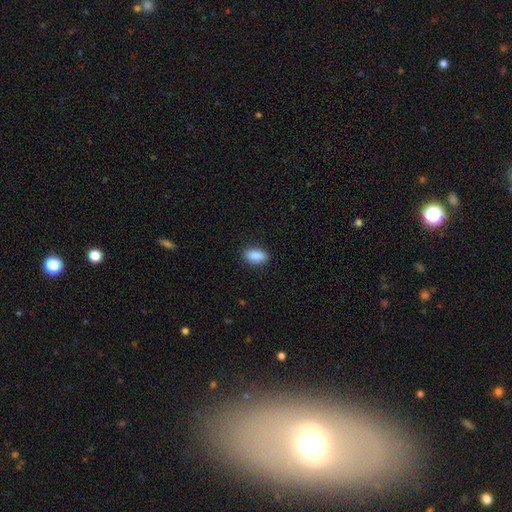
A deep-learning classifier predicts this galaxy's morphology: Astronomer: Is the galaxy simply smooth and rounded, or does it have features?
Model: smooth — 90%.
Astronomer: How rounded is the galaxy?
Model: in between — 92%.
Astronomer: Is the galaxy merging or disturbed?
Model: none — 88%.